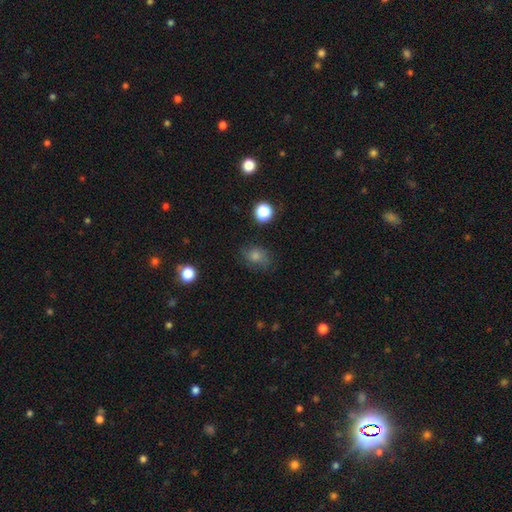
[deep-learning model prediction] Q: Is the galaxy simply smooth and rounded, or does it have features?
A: smooth — 65%.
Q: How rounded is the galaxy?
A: in between — 57%.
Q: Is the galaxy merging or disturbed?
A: none — 72%.